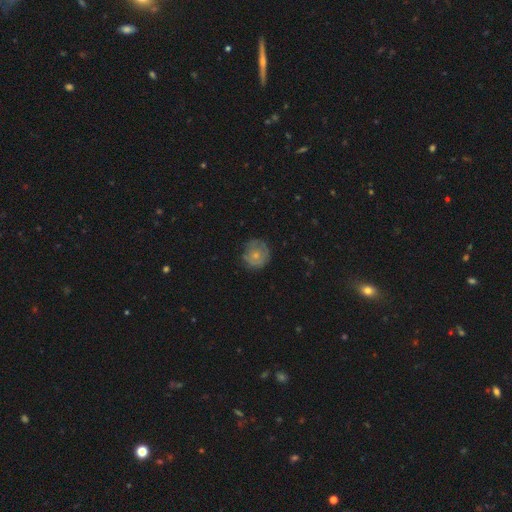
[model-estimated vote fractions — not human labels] Smooth or featured? smooth (58%)
How rounded? round (89%)
Merging? none (70%)